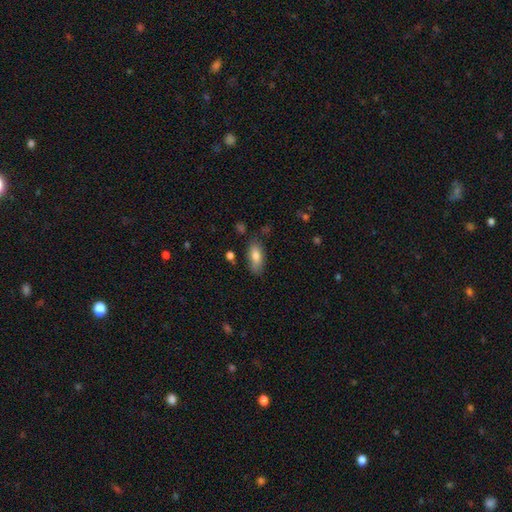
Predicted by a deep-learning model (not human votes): Smooth or featured? Predicted: smooth (p=0.80). How rounded? Predicted: in between (p=0.82). Merging? Predicted: none (p=0.70).